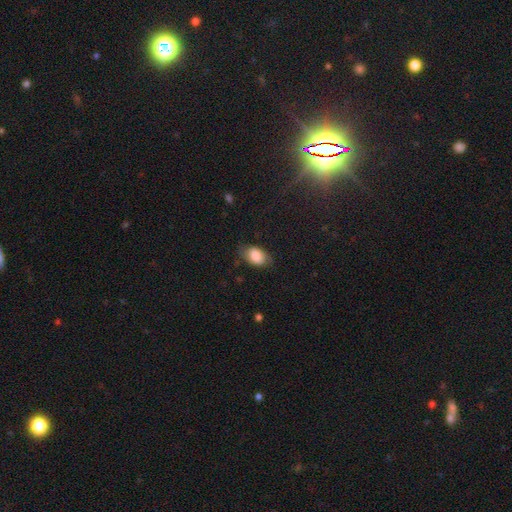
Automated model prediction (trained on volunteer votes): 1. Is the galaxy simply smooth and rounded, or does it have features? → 83% smooth, 10% featured or disk, 7% star or artifact.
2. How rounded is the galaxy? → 88% in between, 10% round, 1% cigar-shaped.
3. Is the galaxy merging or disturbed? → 70% none, 22% minor disturbance, 6% major disturbance, 1% merger.